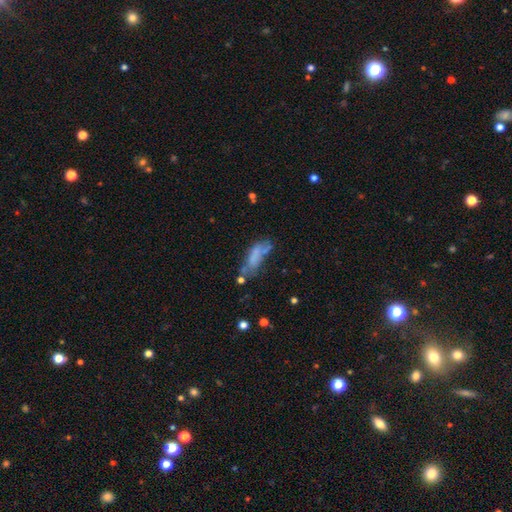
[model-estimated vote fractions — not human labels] The model was most divided on "merging": none: 34%, minor disturbance: 25%, major disturbance: 24%, merger: 17%. More confident: how rounded — in between (60%); smooth or featured — smooth (54%).